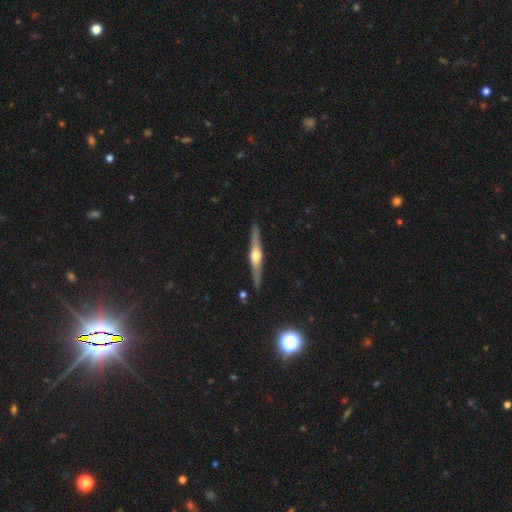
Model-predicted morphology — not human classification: type=featured or disk (77%); edge-on=yes (97%); edge-on bulge=rounded (93%); merging=none (91%).